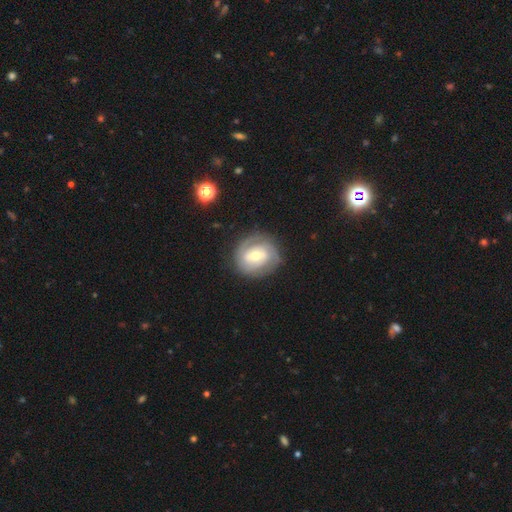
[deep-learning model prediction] Smooth or featured: featured or disk — 75% (smooth — 19%)
Edge-on disk: no — 97% (yes — 3%)
Bar: weak — 45% (no — 33%)
Spiral arms: yes — 88% (no — 12%)
Spiral winding: tight — 65% (medium — 28%)
Spiral arm count: 2 — 56% (can't tell — 22%)
Bulge size: moderate — 62% (small — 30%)
Merging: none — 79% (minor disturbance — 14%)